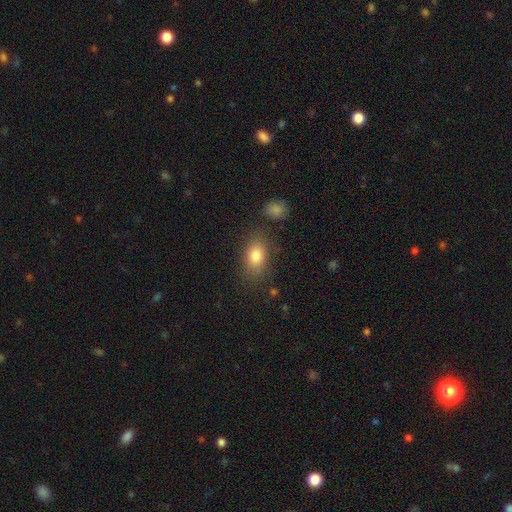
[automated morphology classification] This appears to be a smooth galaxy with no disk features (81%) that is in between round and cigar-shaped (82%). Merging: none (76%).